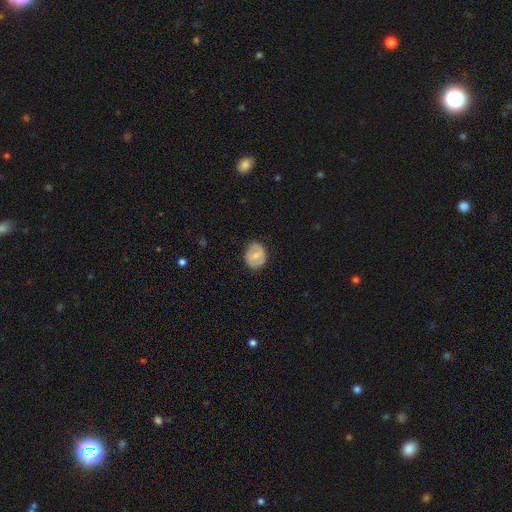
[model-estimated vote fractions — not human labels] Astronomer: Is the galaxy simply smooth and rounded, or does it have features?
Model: smooth — 66%.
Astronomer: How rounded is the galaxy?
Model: round — 67%.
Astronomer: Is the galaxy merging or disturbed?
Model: none — 78%.